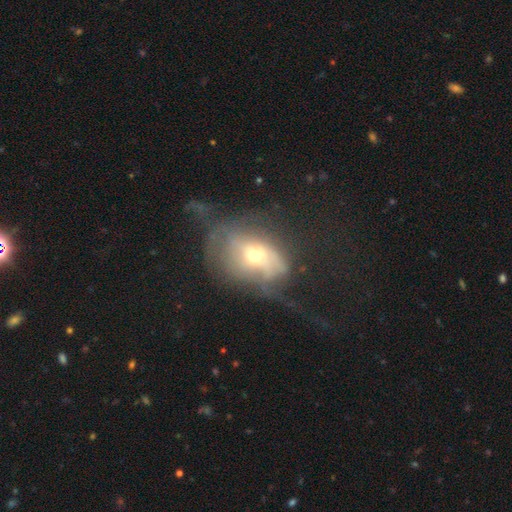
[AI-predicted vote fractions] Smooth or featured? featured or disk (48%)
Merging? major disturbance (52%)